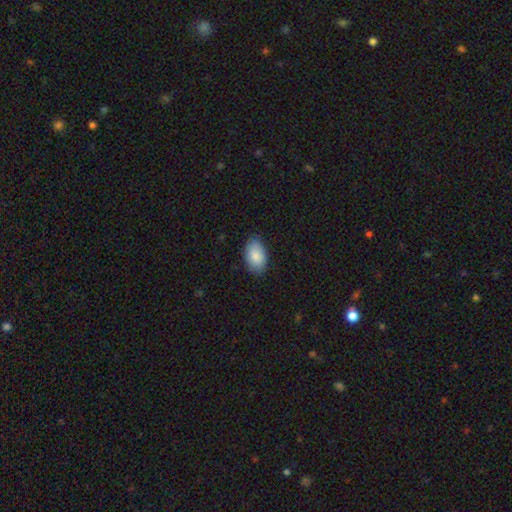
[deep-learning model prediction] Morphology: type=smooth (86%); roundness=in between (92%); merging=none (84%).